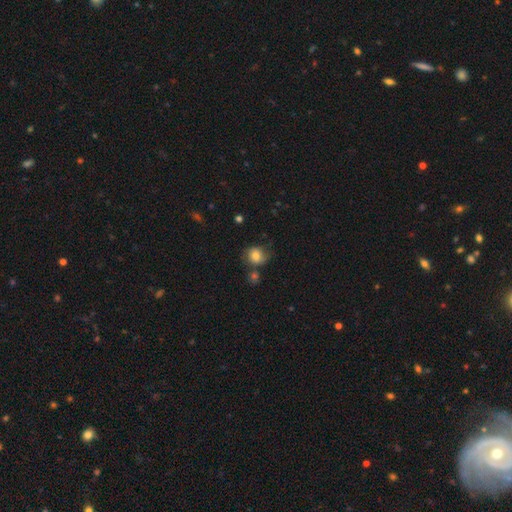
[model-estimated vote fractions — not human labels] A smooth galaxy with no disk features (71%) that is round (72%).

Vote fractions:
- Smooth or featured? smooth: 71% / featured or disk: 20% / star or artifact: 10%
- How rounded? round: 72% / in between: 27% / cigar-shaped: 1%
- Merging? none: 54% / minor disturbance: 24% / major disturbance: 11% / merger: 11%